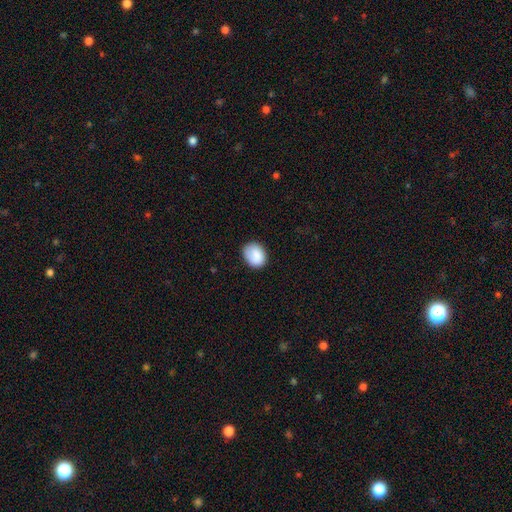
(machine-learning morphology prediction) A smooth galaxy with no disk features (87%) that is in between round and cigar-shaped (57%). Merging: none (77%).